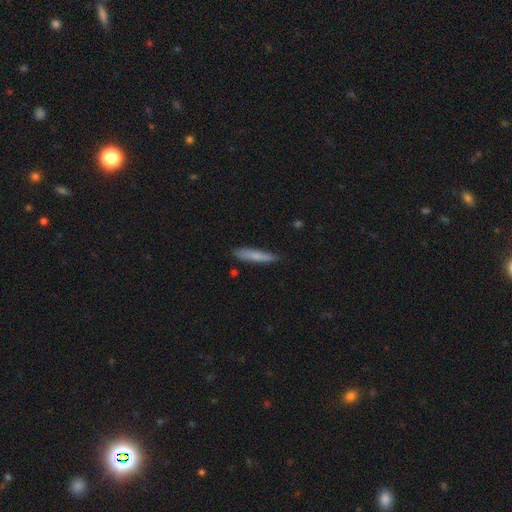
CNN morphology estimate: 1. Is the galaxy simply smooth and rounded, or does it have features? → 75% smooth, 18% featured or disk, 6% star or artifact.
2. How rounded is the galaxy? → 88% cigar-shaped, 10% in between, 1% round.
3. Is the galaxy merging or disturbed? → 84% none, 12% minor disturbance, 2% major disturbance, 2% merger.